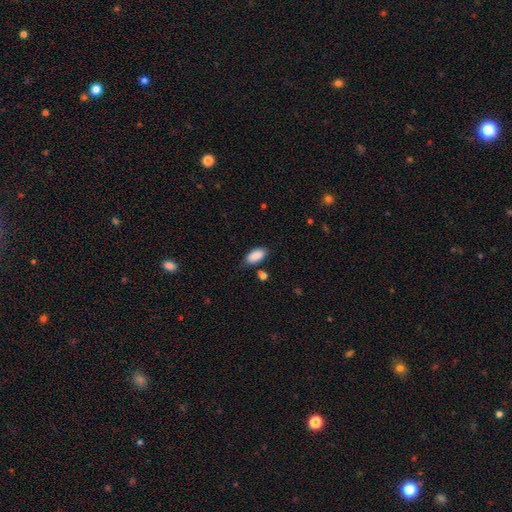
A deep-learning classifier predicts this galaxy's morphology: Smooth or featured: smooth — 89% (star or artifact — 7%)
How rounded: in between — 93% (cigar-shaped — 5%)
Merging: none — 78% (minor disturbance — 15%)